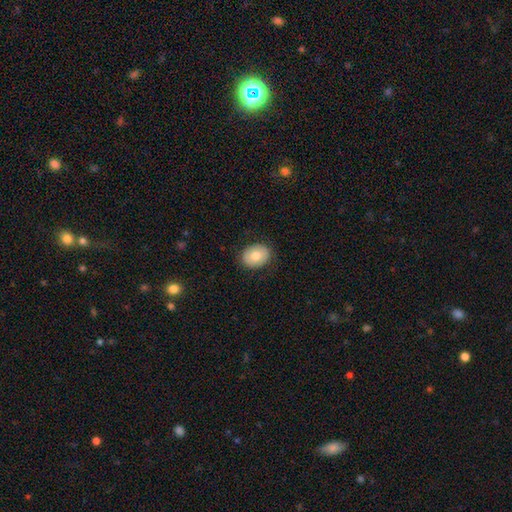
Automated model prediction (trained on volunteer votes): This is likely a smooth galaxy (75%). How rounded: possibly in between (56%). Merging: clearly none (85%).